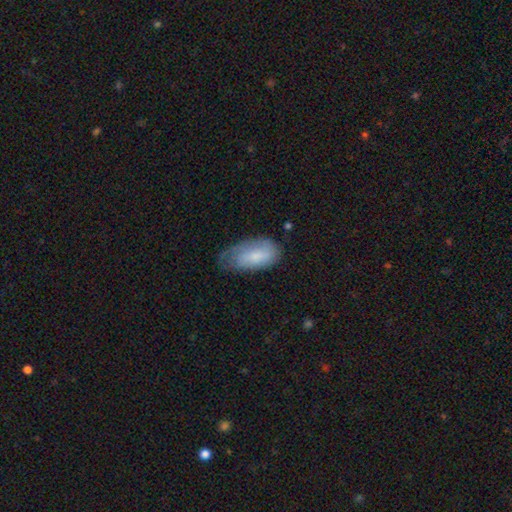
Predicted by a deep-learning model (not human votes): Smooth or featured? smooth (72%)
How rounded? in between (92%)
Merging? none (44%)